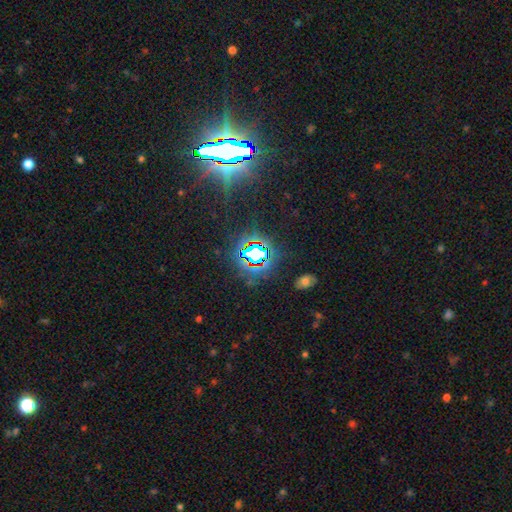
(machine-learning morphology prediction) star or artifact 78%, smooth 12%, featured or disk 10%.